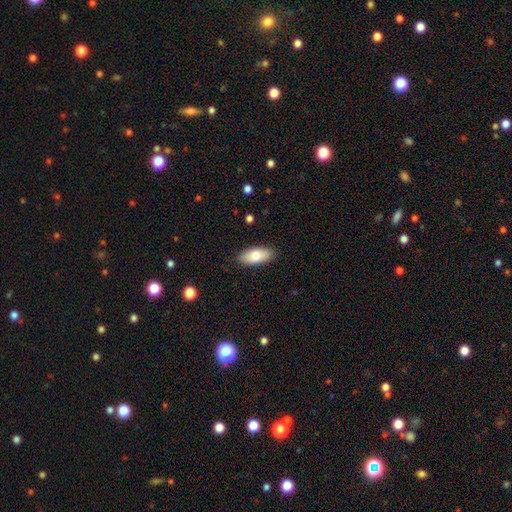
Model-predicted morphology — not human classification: This is clearly a smooth galaxy (81%). How rounded: clearly in between (87%). Merging: clearly none (87%).